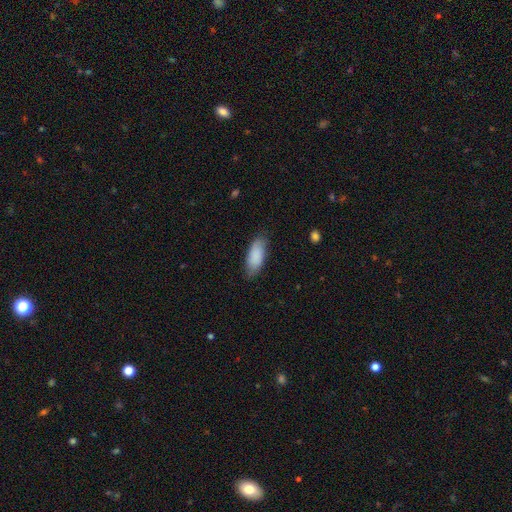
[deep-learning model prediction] smooth 87%, featured or disk 7%, star or artifact 6%. Down the decision tree: how rounded — in between (80%); merging — none (79%).